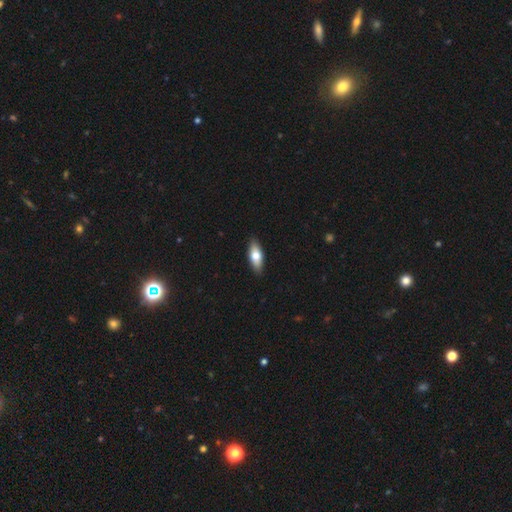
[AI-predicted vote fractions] Smooth or featured? smooth (67%)
How rounded? in between (74%)
Merging? none (89%)